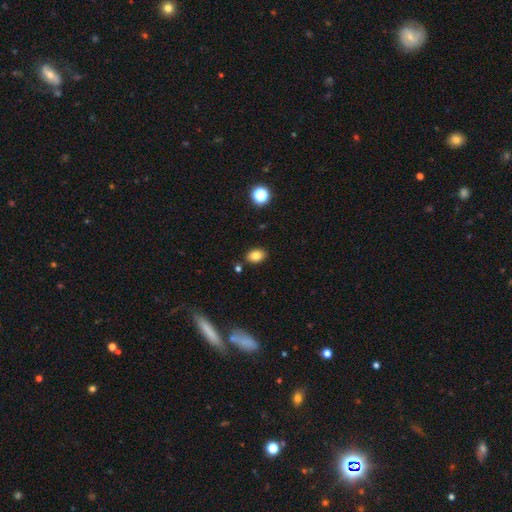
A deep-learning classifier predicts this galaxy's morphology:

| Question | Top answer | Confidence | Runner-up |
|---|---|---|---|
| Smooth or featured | smooth | 82% | star or artifact (10%) |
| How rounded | in between | 80% | round (19%) |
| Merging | none | 85% | minor disturbance (10%) |